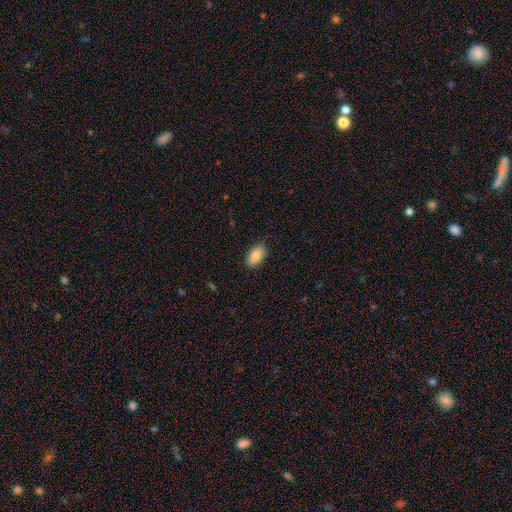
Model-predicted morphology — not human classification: This appears to be a smooth galaxy with no disk features (86%) that is in between round and cigar-shaped (93%). Merging: none (86%).